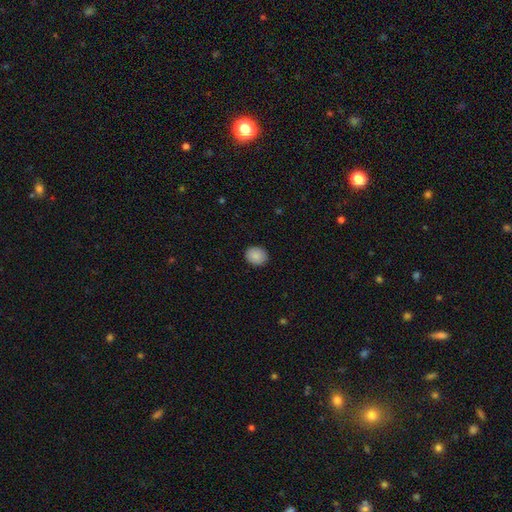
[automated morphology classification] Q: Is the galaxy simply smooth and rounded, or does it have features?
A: smooth — 88%.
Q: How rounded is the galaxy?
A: round — 66%.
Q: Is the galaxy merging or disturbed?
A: none — 90%.